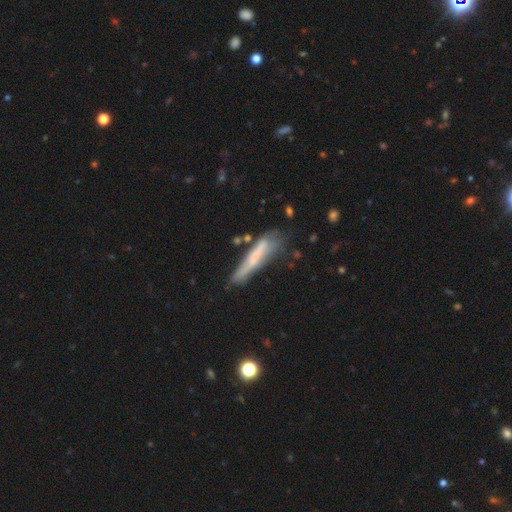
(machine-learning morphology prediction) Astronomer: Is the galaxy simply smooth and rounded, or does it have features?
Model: smooth — 55% (runner-up: featured or disk, 37%).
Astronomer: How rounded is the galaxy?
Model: cigar-shaped — 86%.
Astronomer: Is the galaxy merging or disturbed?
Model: none — 48% (runner-up: minor disturbance, 29%).